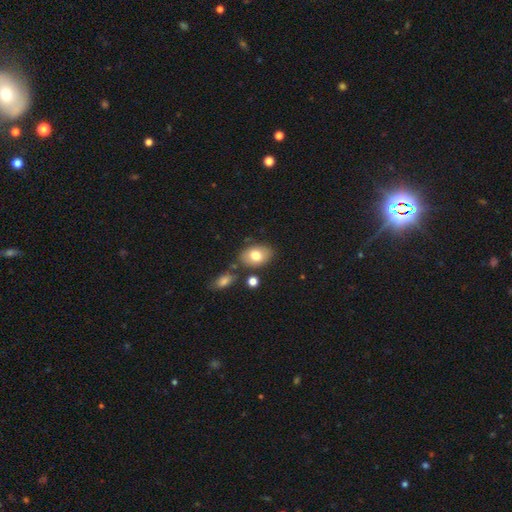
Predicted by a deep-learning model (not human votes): Morphology: type=smooth (76%); roundness=in between (83%); merging=none (73%).